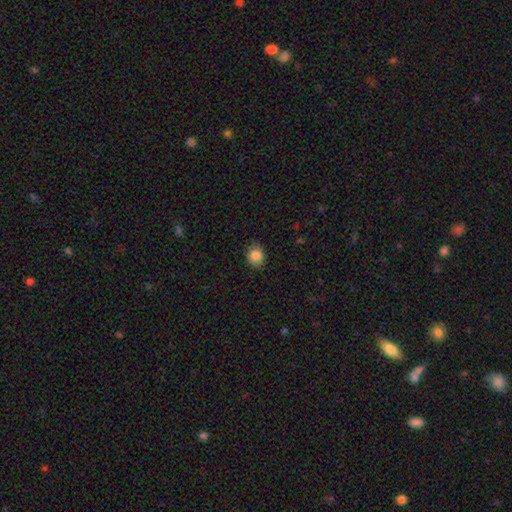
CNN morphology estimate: Smooth or featured: smooth — 85% (star or artifact — 9%)
How rounded: round — 52% (in between — 47%)
Merging: none — 83% (minor disturbance — 13%)